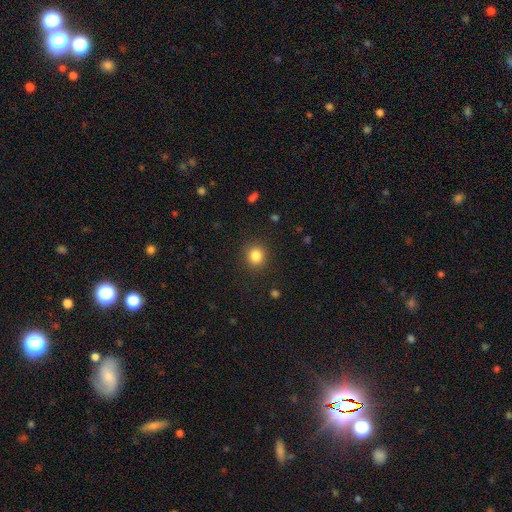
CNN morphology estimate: Smooth or featured? Predicted: smooth (p=0.84). How rounded? Predicted: round (p=0.87). Merging? Predicted: none (p=0.90).